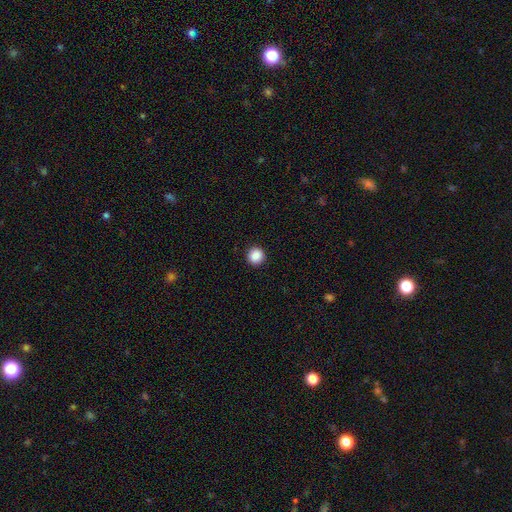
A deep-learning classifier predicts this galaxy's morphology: Smooth or featured? Predicted: smooth (p=0.88). How rounded? Predicted: round (p=0.93). Merging? Predicted: none (p=0.93).